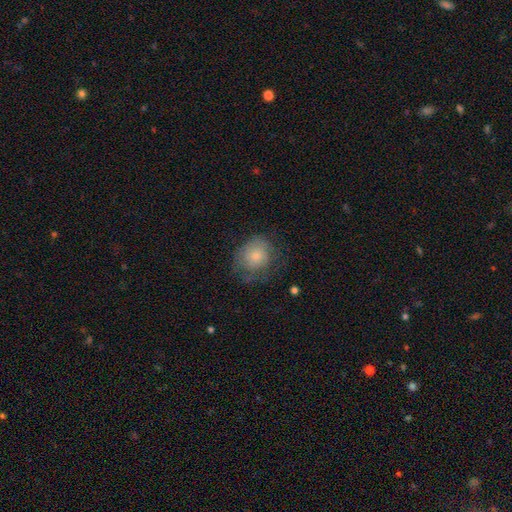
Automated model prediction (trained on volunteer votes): Smooth or featured?
  - smooth: 61% *
  - featured or disk: 31%
  - star or artifact: 8%
How rounded?
  - round: 73% *
  - in between: 26%
  - cigar-shaped: 1%
Merging?
  - none: 56% *
  - minor disturbance: 27%
  - major disturbance: 16%
  - merger: 1%